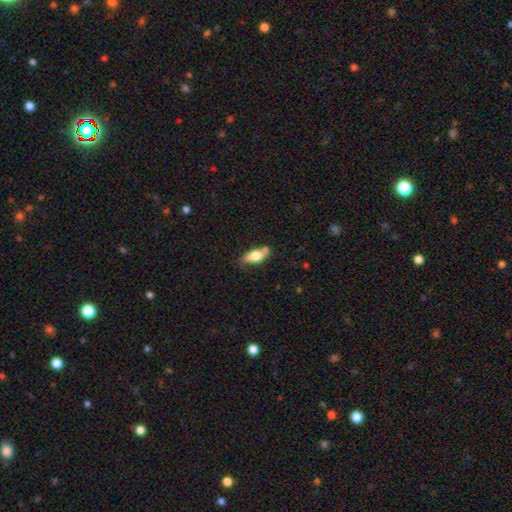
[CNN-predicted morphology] Overall: smooth (64%; featured or disk 29%). How rounded: in between (78%). Merging: none (63%; minor disturbance 23%).